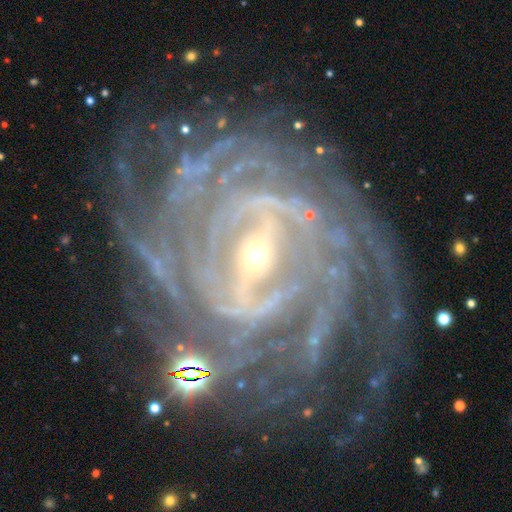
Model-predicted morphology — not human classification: smooth_or_featured: featured or disk (p=0.92) [alt: star or artifact p=0.05]
disk_edge_on: no (p=0.97) [alt: yes p=0.03]
bar: strong (p=0.58) [alt: weak p=0.32]
has_spiral_arms: yes (p=0.98) [alt: no p=0.02]
spiral_winding: tight (p=0.74) [alt: medium p=0.21]
spiral_arm_count: can't tell (p=0.23) [tied with: 4 p=0.23]
bulge_size: small (p=0.68) [alt: moderate p=0.27]
merging: none (p=0.71) [alt: minor disturbance p=0.16]